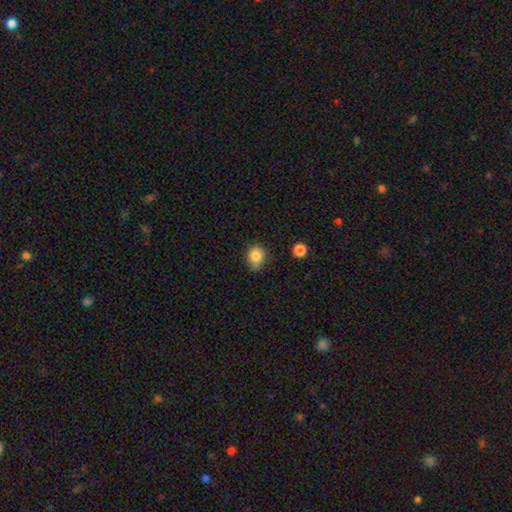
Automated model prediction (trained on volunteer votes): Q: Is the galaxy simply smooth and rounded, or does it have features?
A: smooth — 83%.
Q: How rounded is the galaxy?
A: round — 50%.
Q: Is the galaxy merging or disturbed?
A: none — 63%.